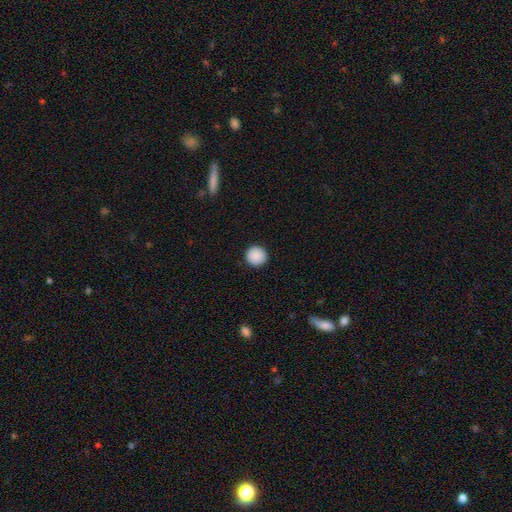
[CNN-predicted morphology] A smooth galaxy with no disk features (90%) that is round (96%).

Vote fractions:
- Smooth or featured? smooth: 90% / star or artifact: 7% / featured or disk: 2%
- How rounded? round: 96% / in between: 3% / cigar-shaped: 1%
- Merging? none: 93% / minor disturbance: 4% / major disturbance: 2% / merger: 1%